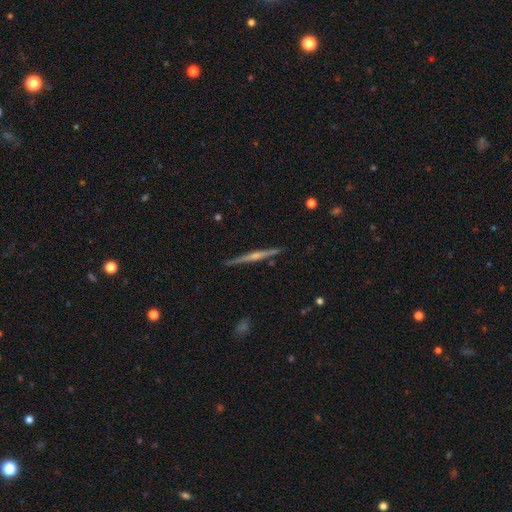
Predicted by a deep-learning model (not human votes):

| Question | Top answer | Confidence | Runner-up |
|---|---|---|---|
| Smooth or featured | featured or disk | 72% | smooth (18%) |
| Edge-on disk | yes | 96% | no (4%) |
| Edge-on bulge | rounded | 75% | none (17%) |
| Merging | none | 88% | minor disturbance (8%) |